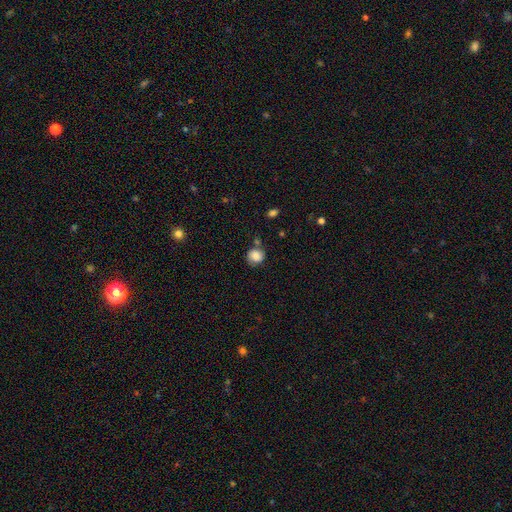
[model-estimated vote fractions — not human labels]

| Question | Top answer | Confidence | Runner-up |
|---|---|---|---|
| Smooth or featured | smooth | 81% | featured or disk (10%) |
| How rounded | round | 84% | in between (15%) |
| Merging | none | 66% | minor disturbance (20%) |